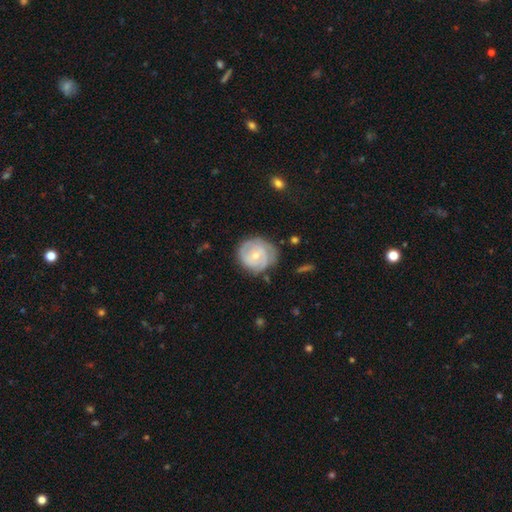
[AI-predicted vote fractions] The model was most divided on "spiral arm count": 2: 36%, can't tell: 30%, 3: 21%, 1: 5%, 4: 5%, more than 4: 3%. More confident: edge-on disk — no (98%); spiral arms — yes (89%); smooth or featured — featured or disk (73%); merging — none (70%); spiral winding — tight (68%); bar — no (64%); bulge size — small (56%).